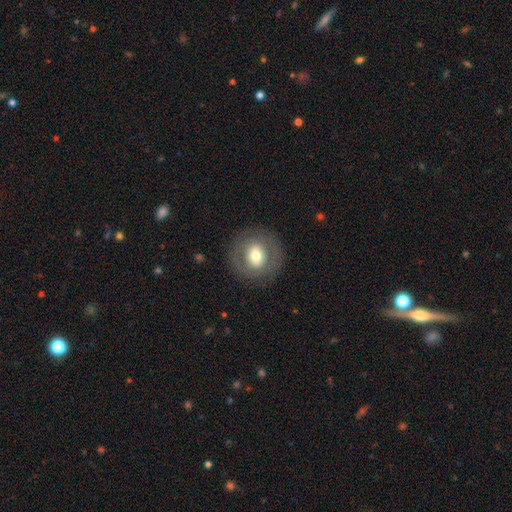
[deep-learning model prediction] This is possibly a smooth galaxy (54%). How rounded: clearly round (86%). Merging: clearly none (84%).